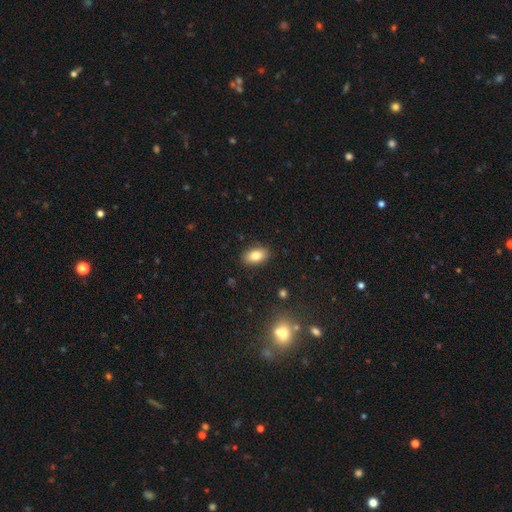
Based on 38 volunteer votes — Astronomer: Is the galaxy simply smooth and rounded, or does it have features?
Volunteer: smooth — 82%.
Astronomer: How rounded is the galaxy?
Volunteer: in between — 94%.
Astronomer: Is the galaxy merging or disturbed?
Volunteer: none — 97%.